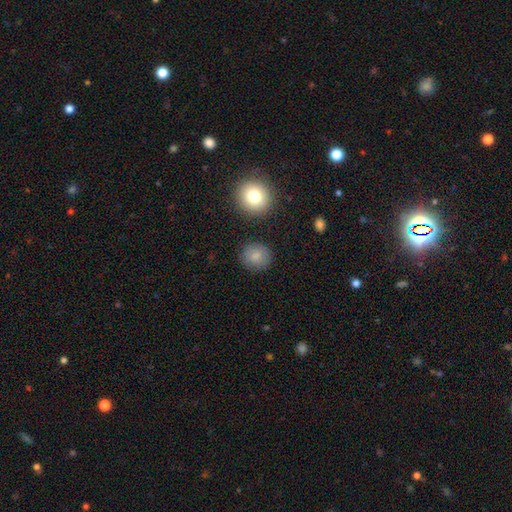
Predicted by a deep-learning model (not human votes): Q: Smooth or featured?
A: smooth (83%); runner-up: star or artifact (9%)
Q: How rounded?
A: round (85%); runner-up: in between (14%)
Q: Merging?
A: none (85%); runner-up: minor disturbance (10%)